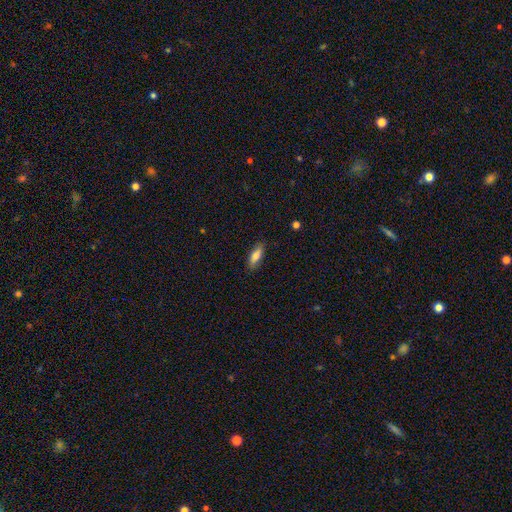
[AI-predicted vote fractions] This is likely a smooth galaxy (77%). How rounded: likely in between (60%). Merging: clearly none (85%).